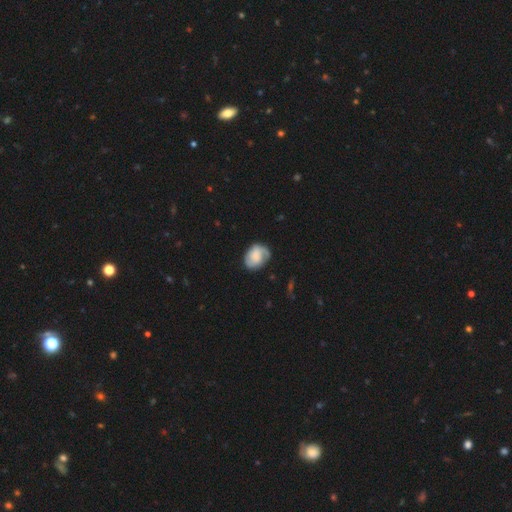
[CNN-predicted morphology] smooth 48%, featured or disk 44%, star or artifact 8%. Down the decision tree: merging — none (63%).